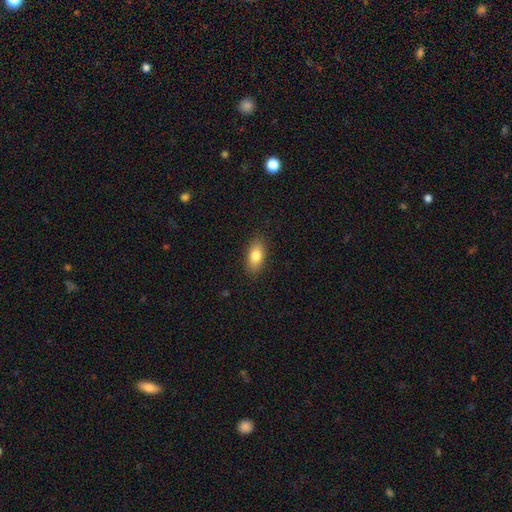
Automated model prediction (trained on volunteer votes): This is clearly a smooth galaxy (81%). How rounded: clearly in between (86%). Merging: clearly none (87%).